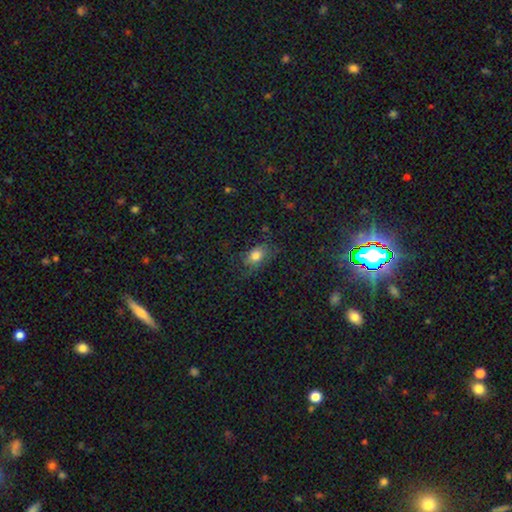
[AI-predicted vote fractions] This is likely a smooth galaxy (69%). How rounded: likely in between (73%). Merging: likely none (64%).